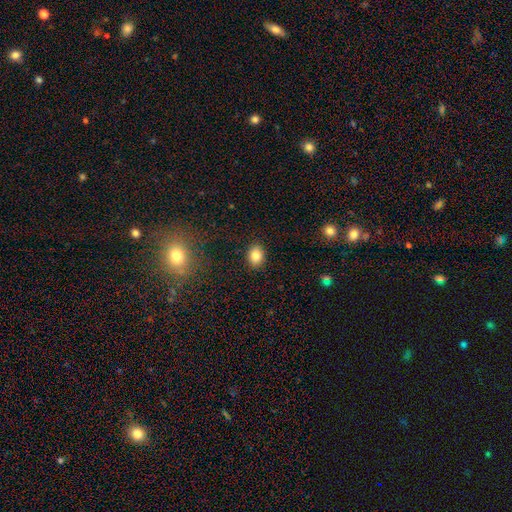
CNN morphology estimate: Smooth or featured? Predicted: smooth (p=0.85). How rounded? Predicted: in between (p=0.61). Merging? Predicted: none (p=0.89).